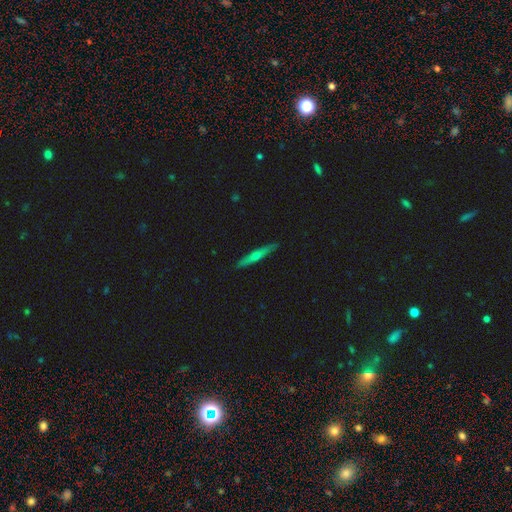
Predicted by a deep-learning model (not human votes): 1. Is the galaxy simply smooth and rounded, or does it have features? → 64% featured or disk, 30% smooth, 6% star or artifact.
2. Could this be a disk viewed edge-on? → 95% yes, 5% no.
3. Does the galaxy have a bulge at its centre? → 82% rounded, 15% none, 3% boxy.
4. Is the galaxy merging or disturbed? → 90% none, 8% minor disturbance, 1% major disturbance, 1% merger.